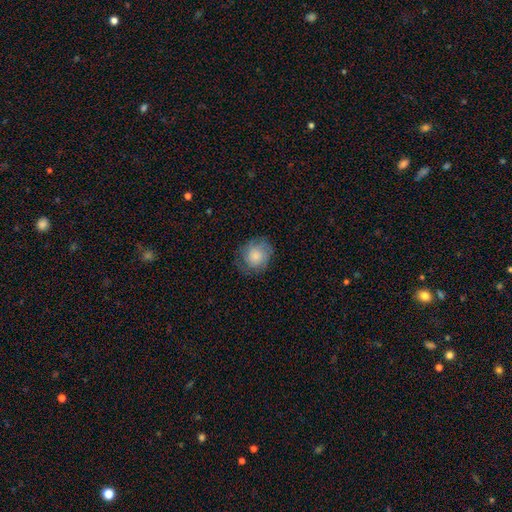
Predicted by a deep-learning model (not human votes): The model was most divided on "smooth or featured": smooth: 68%, featured or disk: 24%, star or artifact: 8%. More confident: how rounded — round (76%); merging — none (72%).